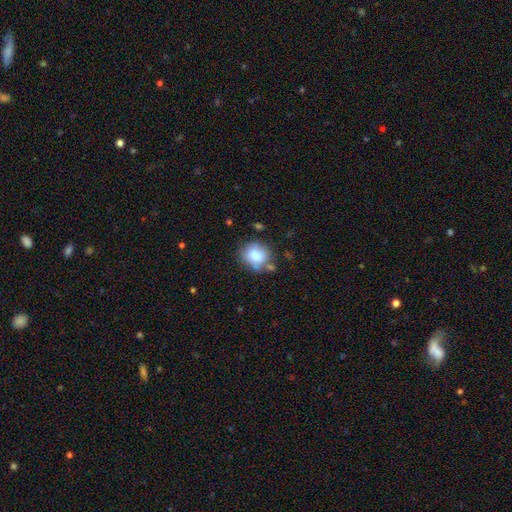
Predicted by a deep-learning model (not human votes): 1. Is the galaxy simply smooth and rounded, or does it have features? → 77% smooth, 14% featured or disk, 9% star or artifact.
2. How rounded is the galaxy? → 65% round, 34% in between, 1% cigar-shaped.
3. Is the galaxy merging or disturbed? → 59% none, 22% minor disturbance, 12% merger, 7% major disturbance.